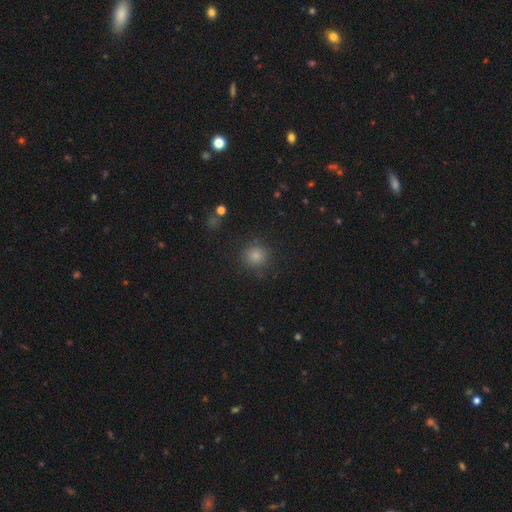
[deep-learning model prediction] A smooth galaxy with no disk features (82%) that is round (92%).

Vote fractions:
- Smooth or featured? smooth: 82% / star or artifact: 13% / featured or disk: 5%
- How rounded? round: 92% / in between: 7% / cigar-shaped: 1%
- Merging? none: 84% / minor disturbance: 10% / major disturbance: 4% / merger: 2%